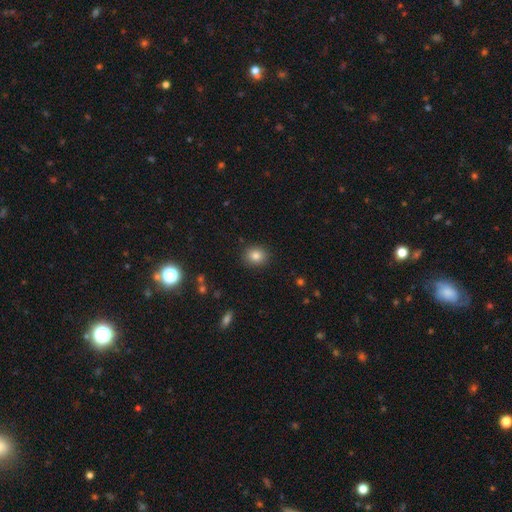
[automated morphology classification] Smooth or featured: smooth — 82% (star or artifact — 11%)
How rounded: round — 73% (in between — 26%)
Merging: none — 90% (minor disturbance — 7%)